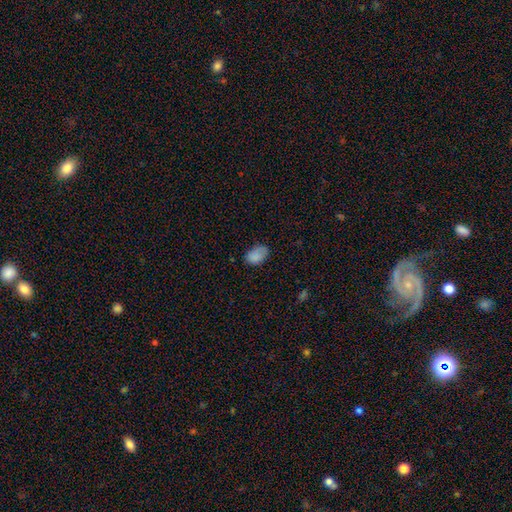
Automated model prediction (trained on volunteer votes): Smooth or featured? smooth (85%)
How rounded? in between (87%)
Merging? none (66%)